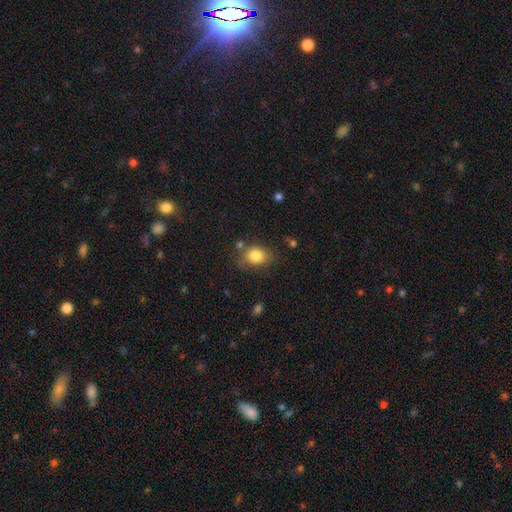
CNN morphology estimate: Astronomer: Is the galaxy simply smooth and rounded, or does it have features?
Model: smooth — 83%.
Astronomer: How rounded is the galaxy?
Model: in between — 60% (runner-up: round, 39%).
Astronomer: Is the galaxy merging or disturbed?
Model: none — 67%.